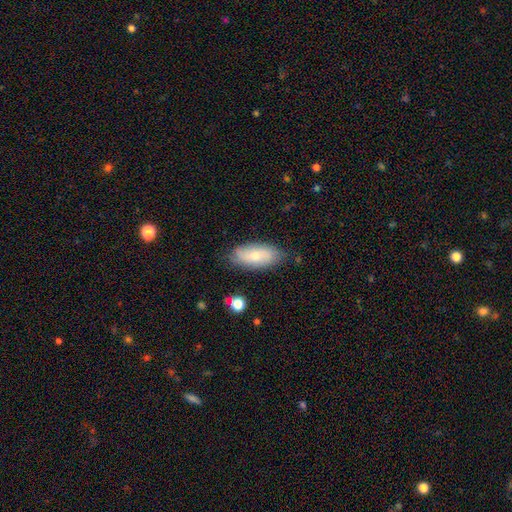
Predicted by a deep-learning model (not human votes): smooth_or_featured: smooth (p=0.62) [alt: featured or disk p=0.31]
how_rounded: in between (p=0.89) [alt: cigar-shaped p=0.08]
merging: none (p=0.76) [alt: minor disturbance p=0.19]